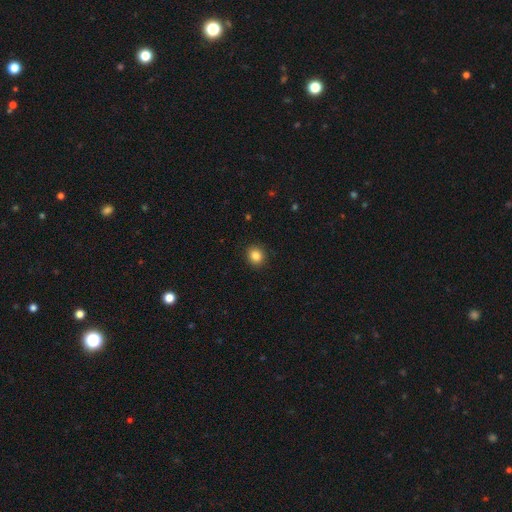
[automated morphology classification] smooth 85%, star or artifact 10%, featured or disk 4%. Down the decision tree: how rounded — round (85%); merging — none (91%).